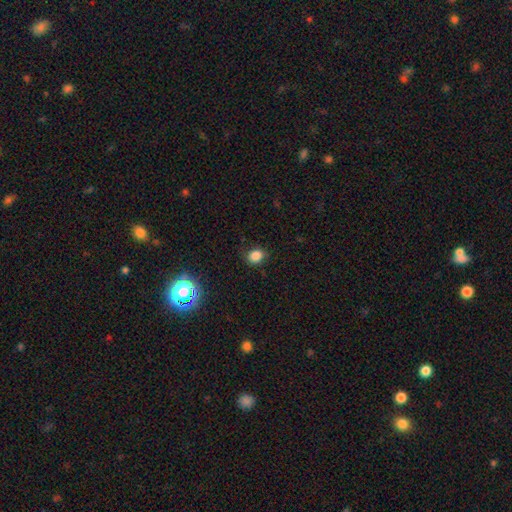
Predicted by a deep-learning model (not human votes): smooth 81%, star or artifact 14%, featured or disk 4%. Down the decision tree: how rounded — round (62%); merging — none (79%).